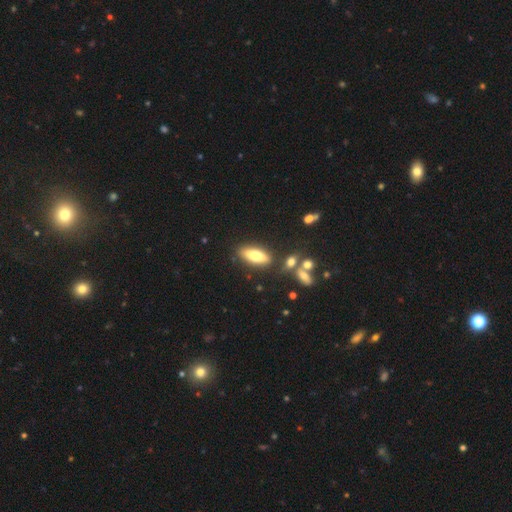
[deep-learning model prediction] Smooth or featured: smooth — 73% (featured or disk — 20%)
How rounded: in between — 69% (cigar-shaped — 28%)
Merging: none — 80% (minor disturbance — 11%)